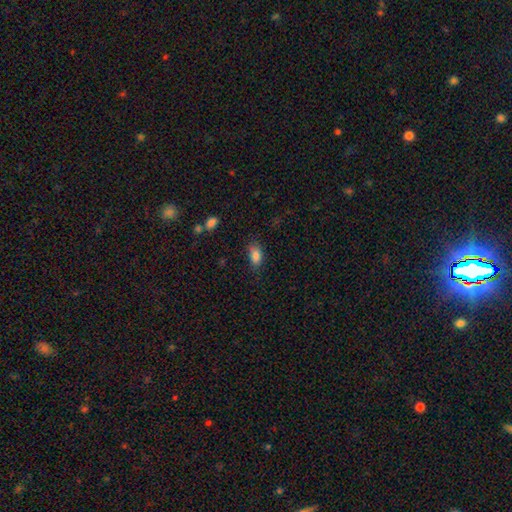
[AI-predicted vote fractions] Overall: smooth (85%). How rounded: in between (88%). Merging: none (70%).